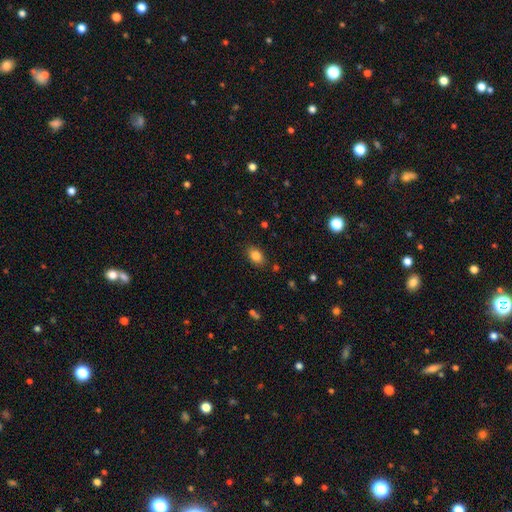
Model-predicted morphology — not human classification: Smooth or featured? Predicted: smooth (p=0.84). How rounded? Predicted: in between (p=0.83). Merging? Predicted: none (p=0.86).